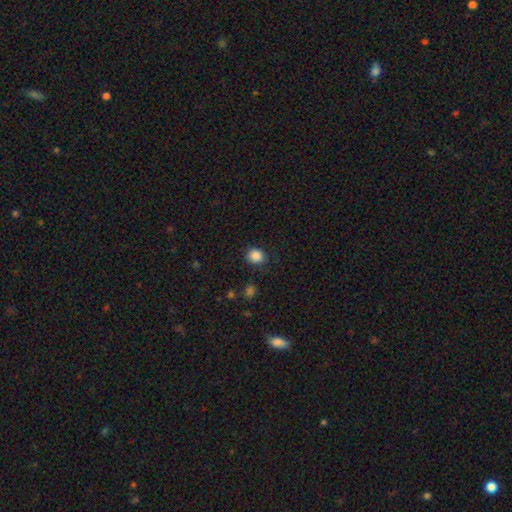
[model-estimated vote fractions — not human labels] A smooth galaxy with no disk features (87%) that is round (82%).

Vote fractions:
- Smooth or featured? smooth: 87% / star or artifact: 10% / featured or disk: 3%
- How rounded? round: 82% / in between: 17% / cigar-shaped: 1%
- Merging? none: 84% / minor disturbance: 11% / major disturbance: 3% / merger: 2%